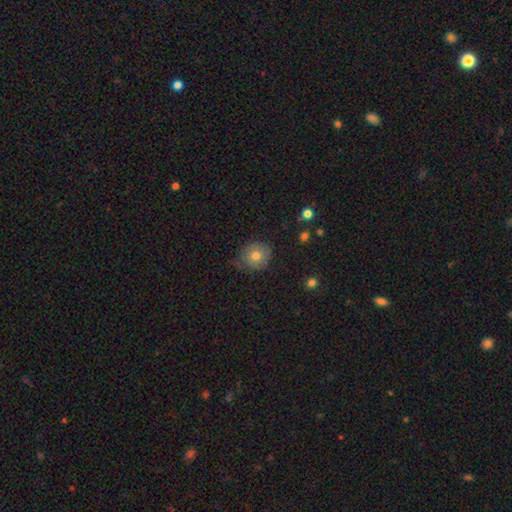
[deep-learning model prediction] smooth-or-featured: smooth: 74% | featured or disk: 16% | star or artifact: 10%
  how-rounded: round: 84% | in between: 15% | cigar-shaped: 1%
  merging: none: 65% | minor disturbance: 27% | major disturbance: 6% | merger: 2%